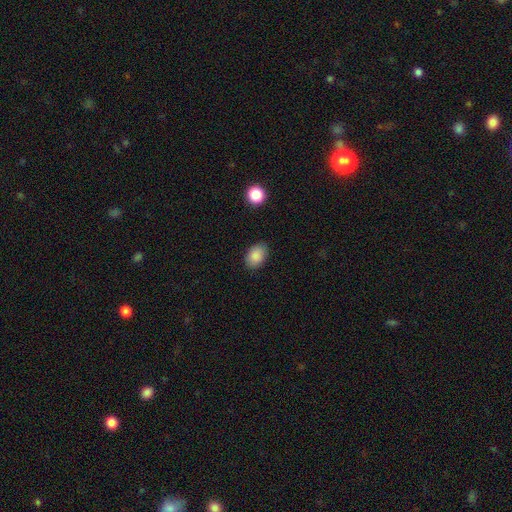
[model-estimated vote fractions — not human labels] Overall: smooth (87%). How rounded: in between (82%). Merging: none (84%).